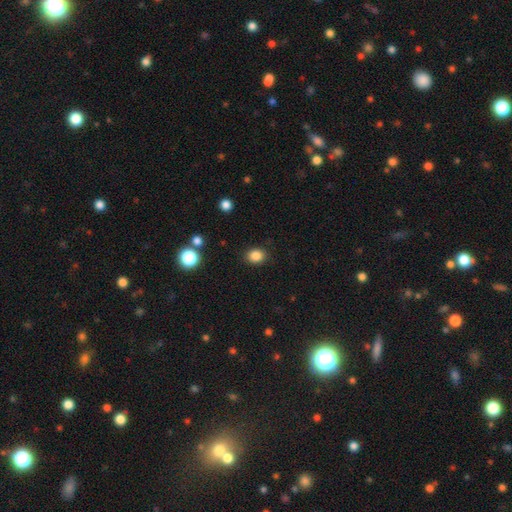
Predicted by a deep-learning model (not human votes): Smooth or featured? Predicted: smooth (p=0.85). How rounded? Predicted: round (p=0.54). Merging? Predicted: none (p=0.88).